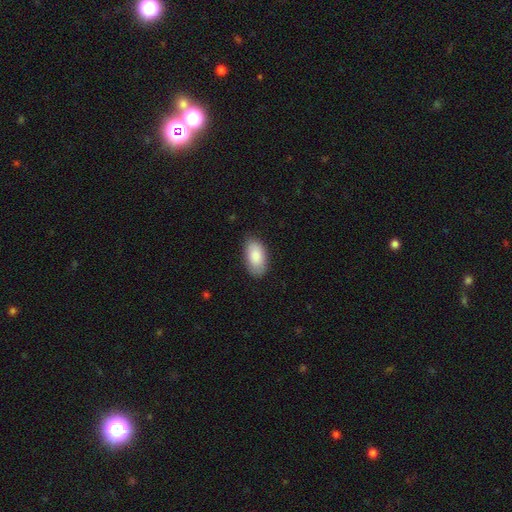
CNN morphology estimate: A smooth galaxy with no disk features (84%) that is in between round and cigar-shaped (95%).

Vote fractions:
- Smooth or featured? smooth: 84% / featured or disk: 10% / star or artifact: 6%
- How rounded? in between: 95% / round: 3% / cigar-shaped: 2%
- Merging? none: 82% / minor disturbance: 14% / major disturbance: 3% / merger: 1%